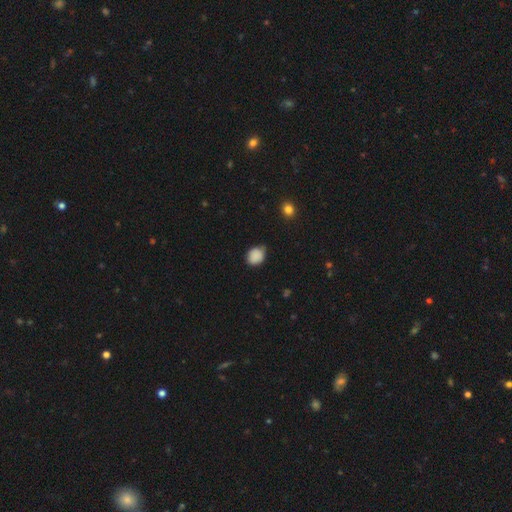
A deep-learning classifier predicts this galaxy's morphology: type=smooth (87%); roundness=round (54%); merging=none (68%).